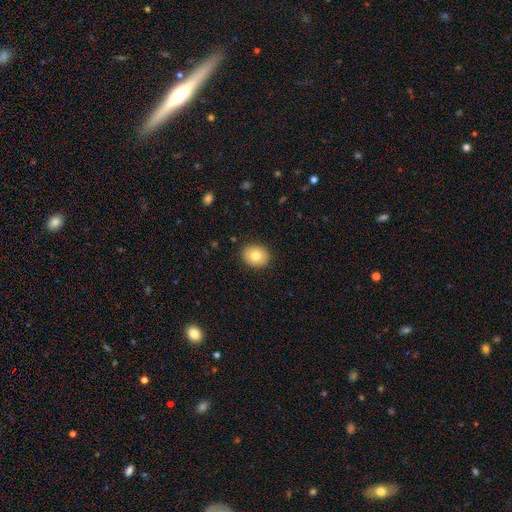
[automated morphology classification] smooth-or-featured: smooth: 80% | featured or disk: 12% | star or artifact: 9%
  how-rounded: round: 63% | in between: 36% | cigar-shaped: 1%
  merging: none: 90% | minor disturbance: 7% | major disturbance: 2% | merger: 1%